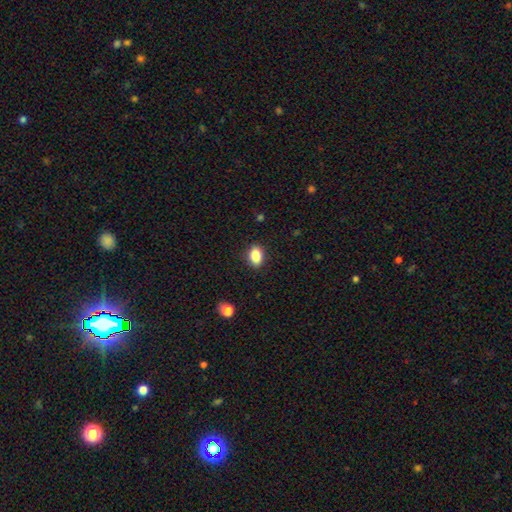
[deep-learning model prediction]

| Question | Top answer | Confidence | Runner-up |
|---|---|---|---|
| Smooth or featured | smooth | 87% | star or artifact (8%) |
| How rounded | in between | 81% | round (17%) |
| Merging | none | 88% | minor disturbance (9%) |